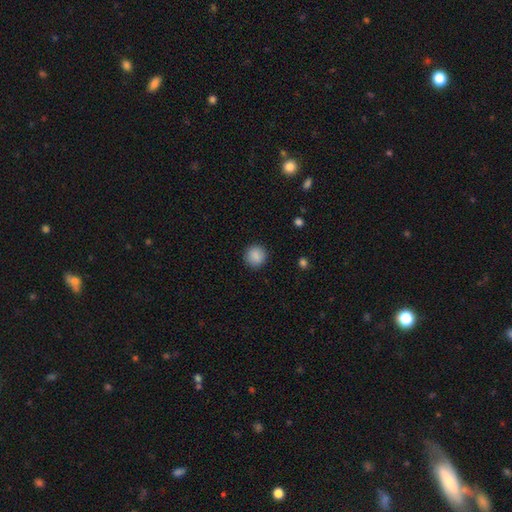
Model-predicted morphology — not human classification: smooth 88%, star or artifact 8%, featured or disk 3%. Down the decision tree: how rounded — round (93%); merging — none (91%).